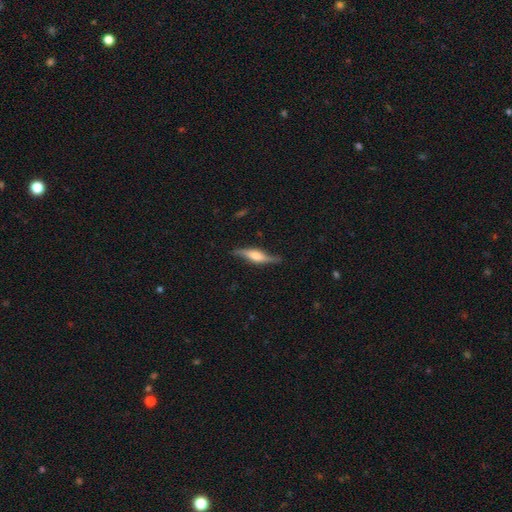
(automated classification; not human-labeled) smooth_or_featured: featured or disk (p=0.72) [alt: smooth p=0.22]
disk_edge_on: yes (p=0.85) [alt: no p=0.15]
edge_on_bulge: rounded (p=0.81) [alt: boxy p=0.15]
merging: none (p=0.78) [alt: minor disturbance p=0.17]